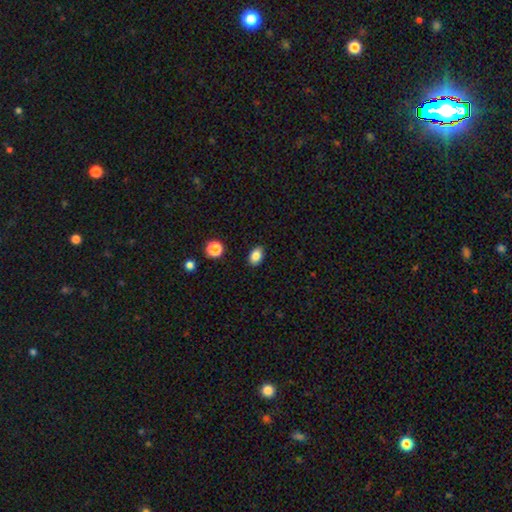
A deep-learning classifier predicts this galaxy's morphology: This is clearly a smooth galaxy (86%). How rounded: clearly in between (81%). Merging: clearly none (87%).